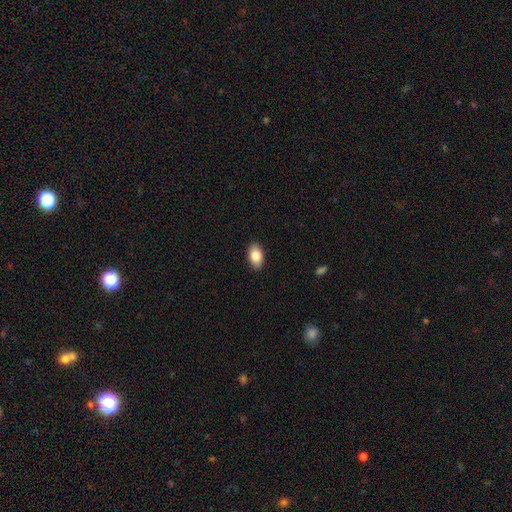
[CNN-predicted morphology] Overall: smooth (84%). How rounded: in between (91%). Merging: none (89%).